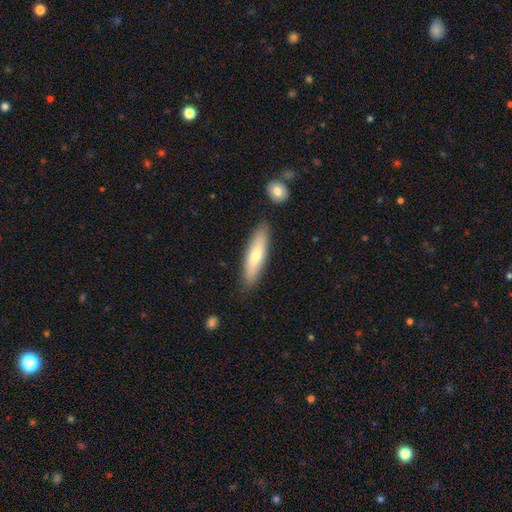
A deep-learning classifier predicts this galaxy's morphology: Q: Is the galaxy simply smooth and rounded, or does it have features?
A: smooth — 67%.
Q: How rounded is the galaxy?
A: cigar-shaped — 70%.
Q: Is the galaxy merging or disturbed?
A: none — 84%.